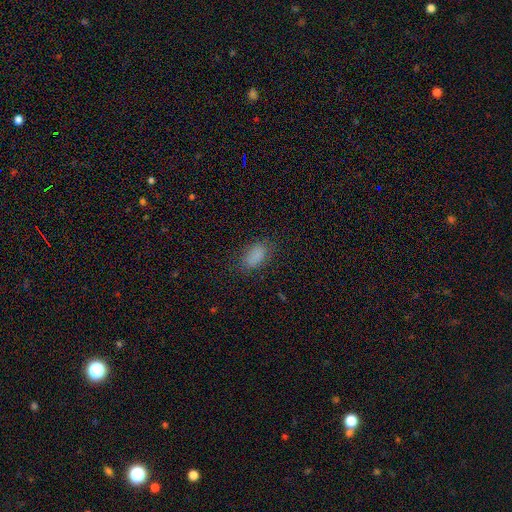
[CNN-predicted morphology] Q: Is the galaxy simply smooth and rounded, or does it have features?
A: smooth — 84%.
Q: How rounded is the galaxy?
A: in between — 90%.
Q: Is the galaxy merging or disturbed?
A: none — 79%.